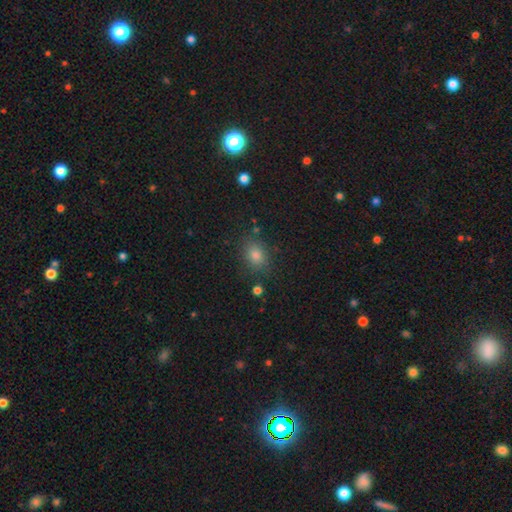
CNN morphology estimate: smooth 77%, star or artifact 16%, featured or disk 7%. Down the decision tree: how rounded — in between (55%); merging — none (82%).